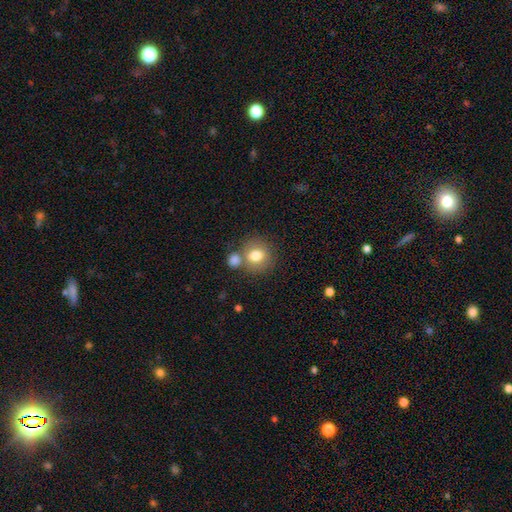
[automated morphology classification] Q: Smooth or featured?
A: smooth (77%); runner-up: featured or disk (13%)
Q: How rounded?
A: round (81%); runner-up: in between (18%)
Q: Merging?
A: none (61%); runner-up: merger (24%)